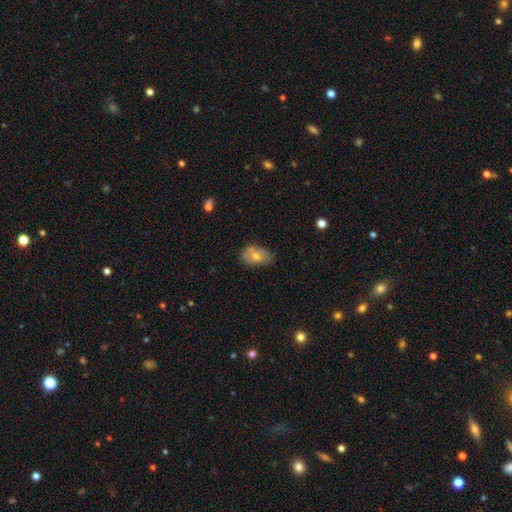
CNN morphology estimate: smooth_or_featured: smooth (p=0.67) [alt: featured or disk p=0.25]
how_rounded: in between (p=0.86) [alt: round p=0.13]
merging: none (p=0.56) [alt: minor disturbance p=0.29]